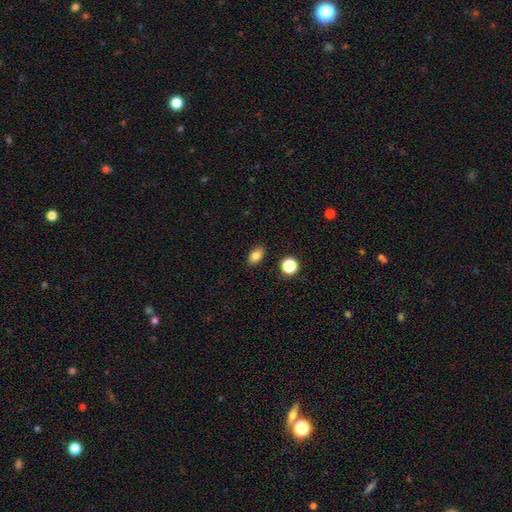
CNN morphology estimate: This is clearly a smooth galaxy (82%). How rounded: clearly in between (86%). Merging: clearly none (88%).